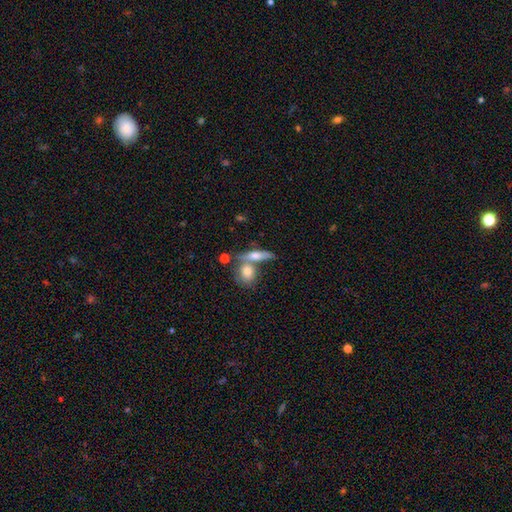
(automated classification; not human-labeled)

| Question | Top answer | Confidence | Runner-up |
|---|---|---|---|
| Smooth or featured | smooth | 57% | featured or disk (35%) |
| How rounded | cigar-shaped | 49% | in between (40%) |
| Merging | none | 45% | merger (38%) |